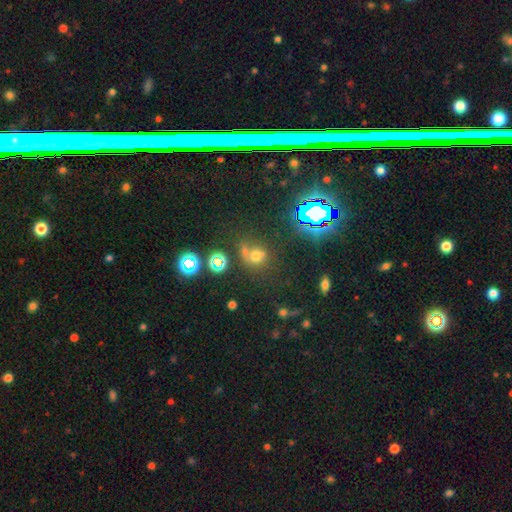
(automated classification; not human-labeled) smooth 52%, star or artifact 35%, featured or disk 13%. Down the decision tree: how rounded — round (72%); merging — none (50%).